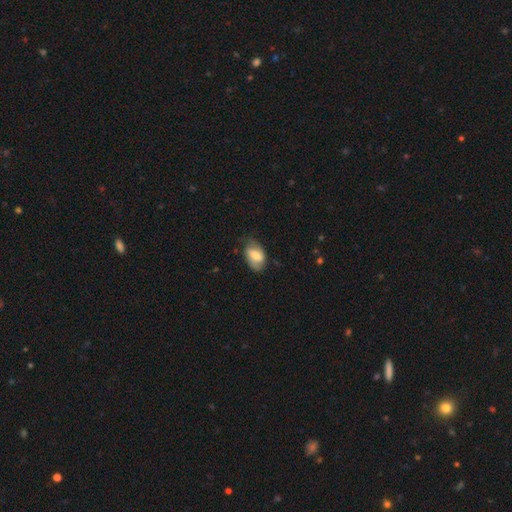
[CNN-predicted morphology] Smooth or featured: smooth — 50% (featured or disk — 42%)
How rounded: in between — 89% (round — 9%)
Merging: none — 61% (minor disturbance — 28%)